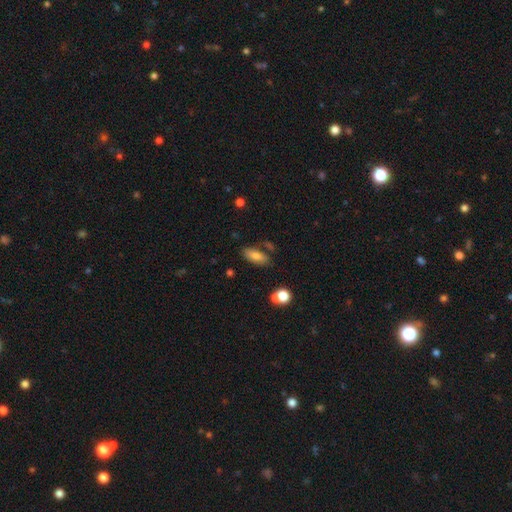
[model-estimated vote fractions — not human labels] Smooth or featured? Predicted: smooth (p=0.76). How rounded? Predicted: in between (p=0.77). Merging? Predicted: none (p=0.72).